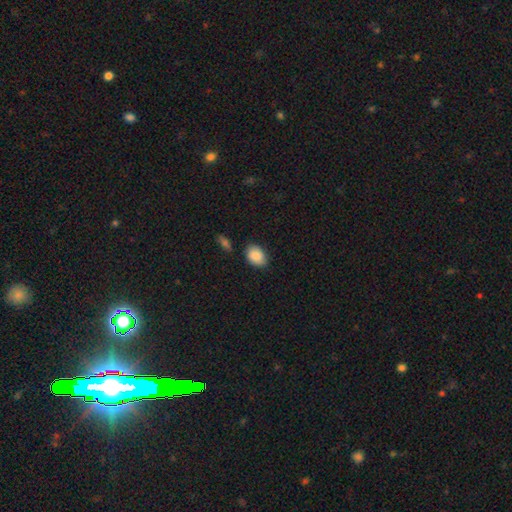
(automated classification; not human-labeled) This appears to be a smooth galaxy with no disk features (89%) that is in between round and cigar-shaped (76%). Merging: none (81%).